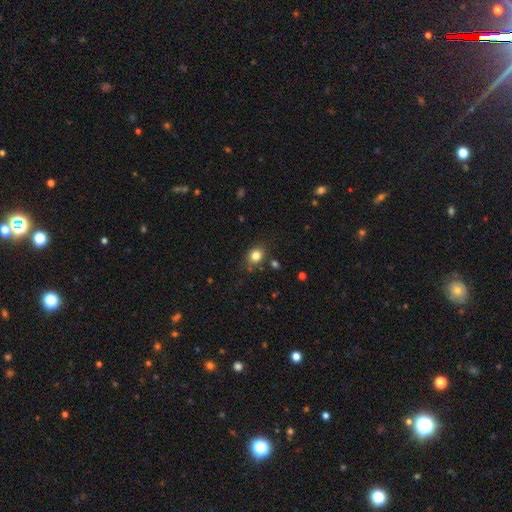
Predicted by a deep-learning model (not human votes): Smooth or featured: smooth — 82% (star or artifact — 11%)
How rounded: round — 55% (in between — 43%)
Merging: none — 76% (minor disturbance — 16%)